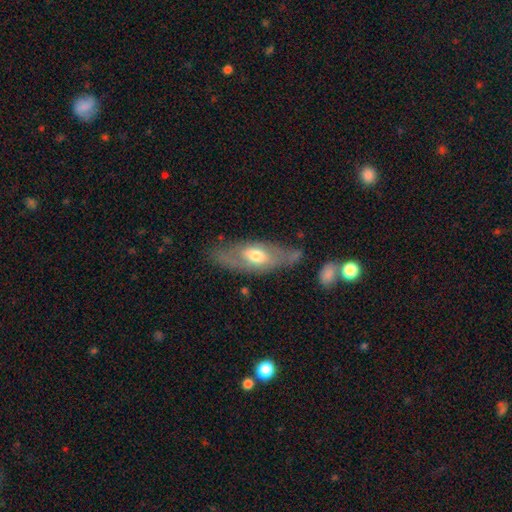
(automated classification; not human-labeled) A featured or disk galaxy (54%). Merging: none (67%).